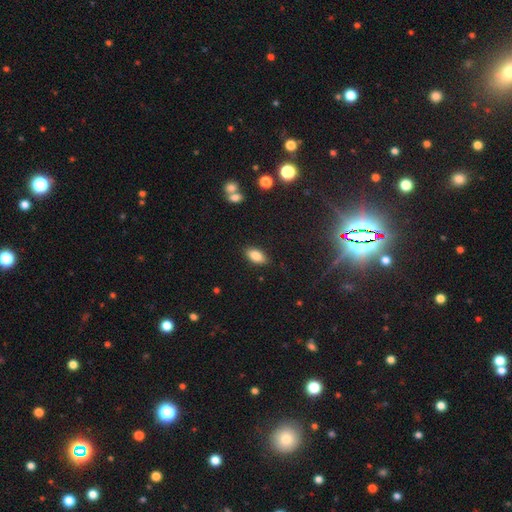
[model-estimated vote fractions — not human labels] A smooth galaxy with no disk features (84%) that is in between round and cigar-shaped (90%).

Vote fractions:
- Smooth or featured? smooth: 84% / star or artifact: 8% / featured or disk: 8%
- How rounded? in between: 90% / cigar-shaped: 6% / round: 3%
- Merging? none: 86% / minor disturbance: 10% / major disturbance: 2% / merger: 1%